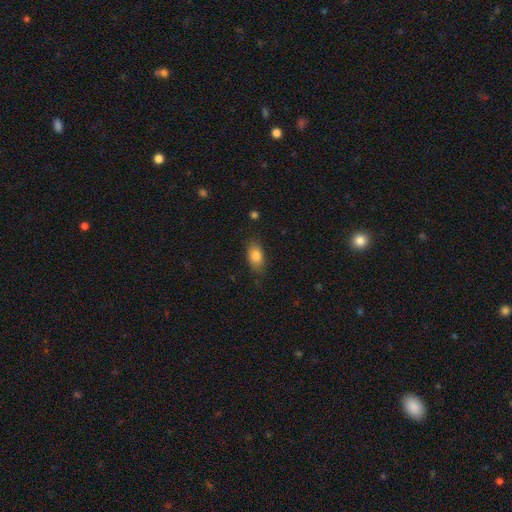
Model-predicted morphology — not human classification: Smooth or featured: smooth — 82% (featured or disk — 9%)
How rounded: in between — 87% (round — 8%)
Merging: none — 78% (minor disturbance — 17%)